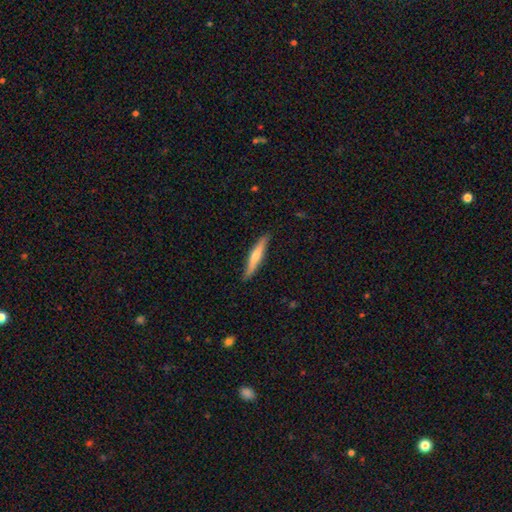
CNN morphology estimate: Smooth or featured?
  - featured or disk: 53% *
  - smooth: 41%
  - star or artifact: 6%
Edge-on disk?
  - yes: 96% *
  - no: 4%
Edge-on bulge?
  - rounded: 78% *
  - none: 15%
  - boxy: 7%
Merging?
  - none: 89% *
  - minor disturbance: 8%
  - major disturbance: 1%
  - merger: 1%